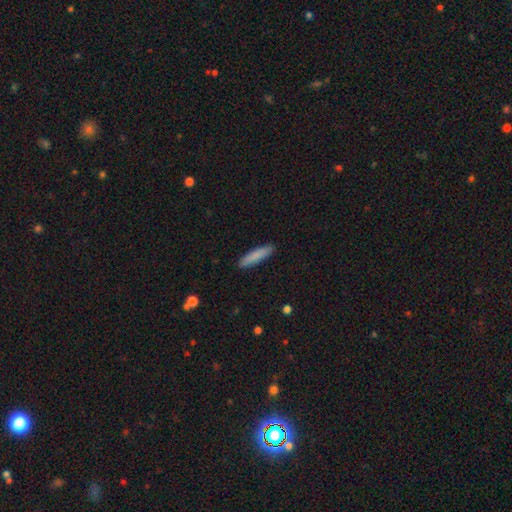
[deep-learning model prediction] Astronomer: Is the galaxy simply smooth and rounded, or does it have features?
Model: smooth — 83%.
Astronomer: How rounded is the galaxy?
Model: cigar-shaped — 82%.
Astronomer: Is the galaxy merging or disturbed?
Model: none — 90%.